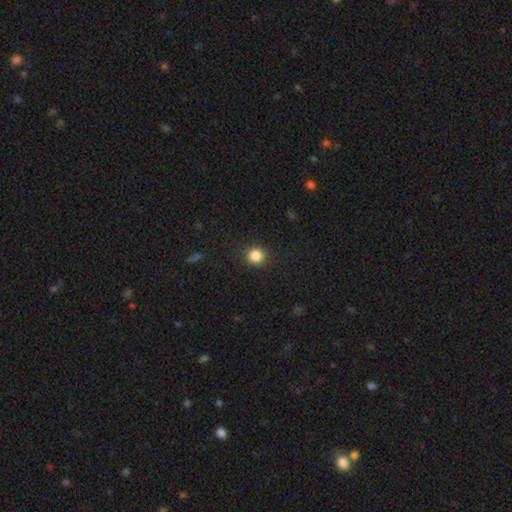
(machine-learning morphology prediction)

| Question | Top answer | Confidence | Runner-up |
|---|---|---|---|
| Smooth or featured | smooth | 84% | star or artifact (11%) |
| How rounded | round | 91% | in between (8%) |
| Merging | none | 90% | minor disturbance (6%) |